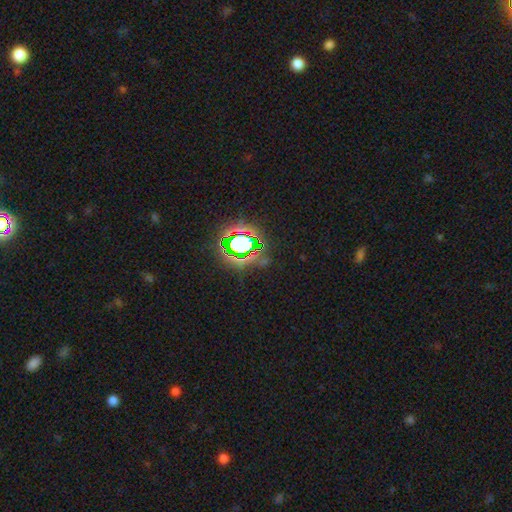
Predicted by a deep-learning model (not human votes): This appears to be a star or artifact, not a galaxy (81%).